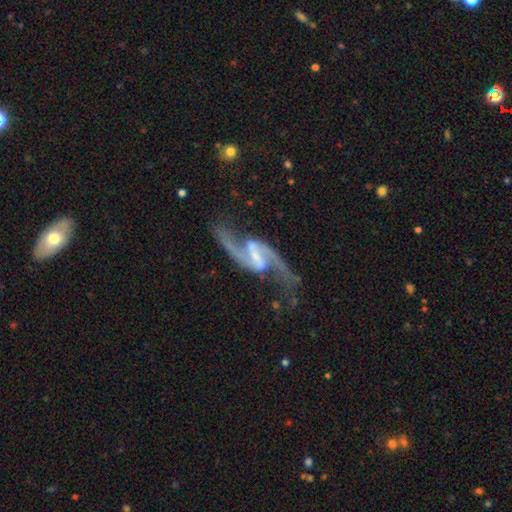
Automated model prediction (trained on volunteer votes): Smooth or featured? Predicted: featured or disk (p=0.93). Edge-on disk? Predicted: no (p=0.97). Bar? Predicted: strong (p=0.47). Spiral arms? Predicted: yes (p=0.98). Spiral winding? Predicted: loose (p=0.62). Spiral arm count? Predicted: 2 (p=0.95). Bulge size? Predicted: small (p=0.49). Merging? Predicted: none (p=0.74).